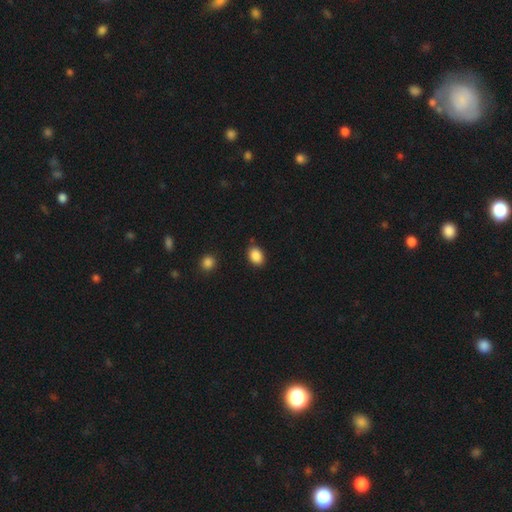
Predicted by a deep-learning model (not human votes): Smooth or featured?
  - smooth: 88% *
  - star or artifact: 8%
  - featured or disk: 4%
How rounded?
  - in between: 76% *
  - round: 23%
  - cigar-shaped: 1%
Merging?
  - none: 83% *
  - minor disturbance: 11%
  - merger: 3%
  - major disturbance: 3%